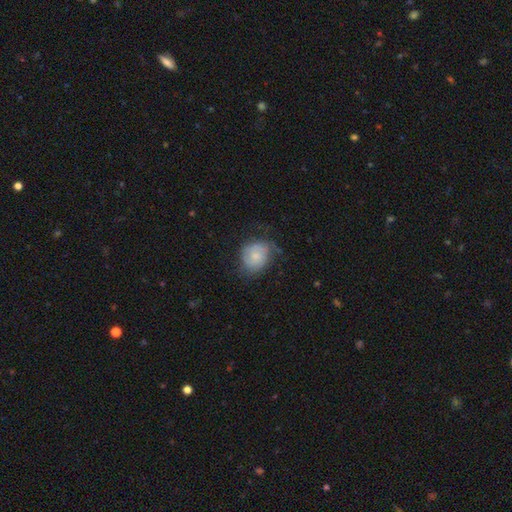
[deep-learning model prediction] A smooth galaxy with no disk features (65%) that is round (59%).

Vote fractions:
- Smooth or featured? smooth: 65% / featured or disk: 27% / star or artifact: 8%
- How rounded? round: 59% / in between: 40% / cigar-shaped: 1%
- Merging? none: 53% / minor disturbance: 32% / major disturbance: 14% / merger: 2%